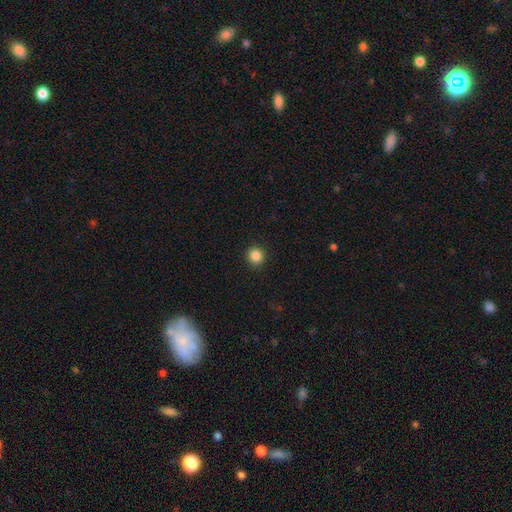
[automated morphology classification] Smooth or featured? smooth (86%)
How rounded? round (93%)
Merging? none (92%)